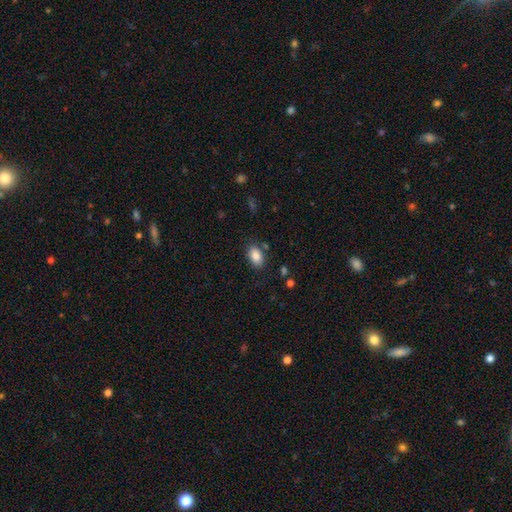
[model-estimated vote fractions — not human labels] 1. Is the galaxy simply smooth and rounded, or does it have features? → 86% smooth, 8% star or artifact, 6% featured or disk.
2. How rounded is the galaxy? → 89% in between, 10% round, 2% cigar-shaped.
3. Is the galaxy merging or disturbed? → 81% none, 12% minor disturbance, 4% merger, 3% major disturbance.